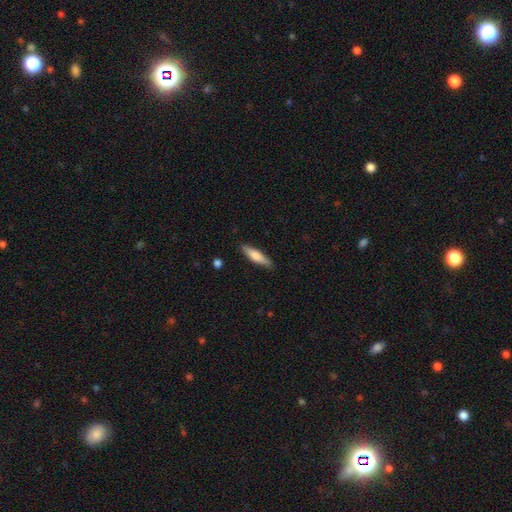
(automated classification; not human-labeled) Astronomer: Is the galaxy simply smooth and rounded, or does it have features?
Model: smooth — 68%.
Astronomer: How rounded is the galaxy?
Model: cigar-shaped — 72%.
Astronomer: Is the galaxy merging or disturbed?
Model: none — 86%.